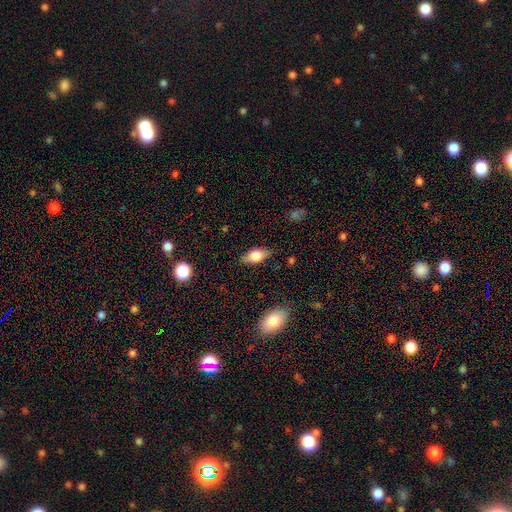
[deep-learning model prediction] smooth_or_featured: smooth (p=0.69) [alt: featured or disk p=0.23]
how_rounded: in between (p=0.85) [alt: cigar-shaped p=0.10]
merging: none (p=0.83) [alt: minor disturbance p=0.13]